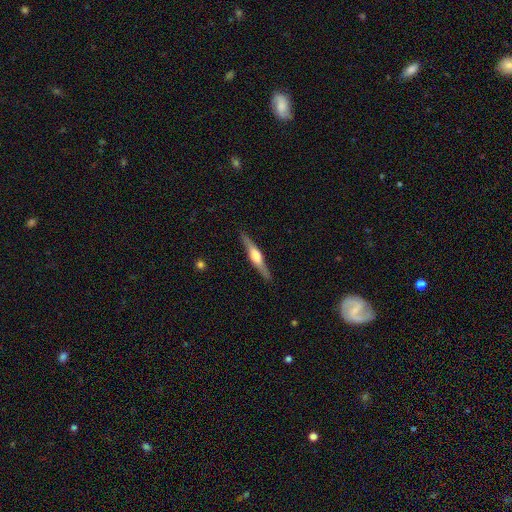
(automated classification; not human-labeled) smooth_or_featured: featured or disk (p=0.71) [alt: smooth p=0.24]
disk_edge_on: yes (p=0.97) [alt: no p=0.03]
edge_on_bulge: rounded (p=0.83) [alt: boxy p=0.14]
merging: none (p=0.90) [alt: minor disturbance p=0.07]